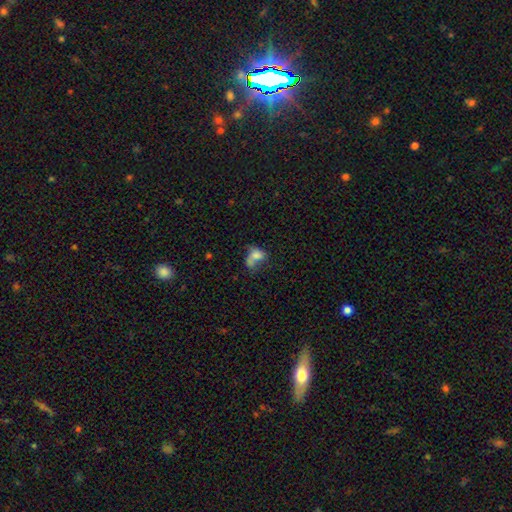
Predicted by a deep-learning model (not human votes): A smooth galaxy with no disk features (67%) that is in between round and cigar-shaped (71%).

Vote fractions:
- Smooth or featured? smooth: 67% / featured or disk: 20% / star or artifact: 12%
- How rounded? in between: 71% / round: 28% / cigar-shaped: 2%
- Merging? merger: 42% / none: 22% / major disturbance: 20% / minor disturbance: 16%